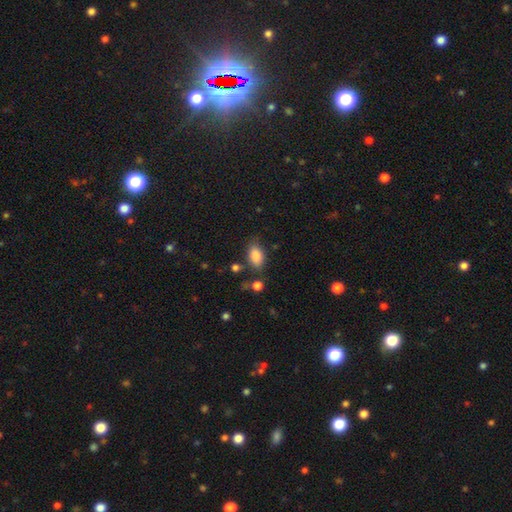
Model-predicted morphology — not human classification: Smooth or featured? Predicted: smooth (p=0.86). How rounded? Predicted: in between (p=0.91). Merging? Predicted: none (p=0.70).